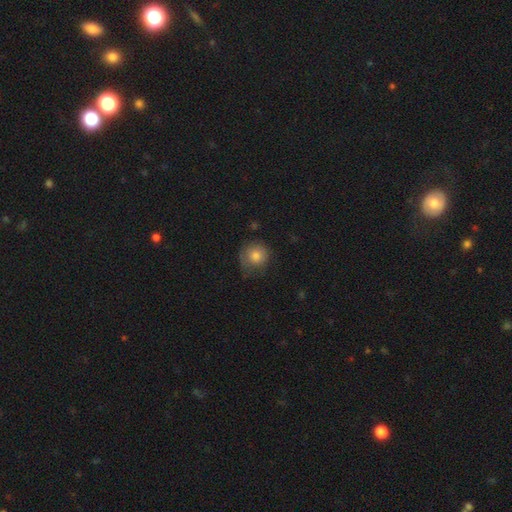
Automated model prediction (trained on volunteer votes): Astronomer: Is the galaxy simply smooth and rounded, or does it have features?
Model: smooth — 78%.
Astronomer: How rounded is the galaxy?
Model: round — 89%.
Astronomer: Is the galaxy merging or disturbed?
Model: none — 62%.